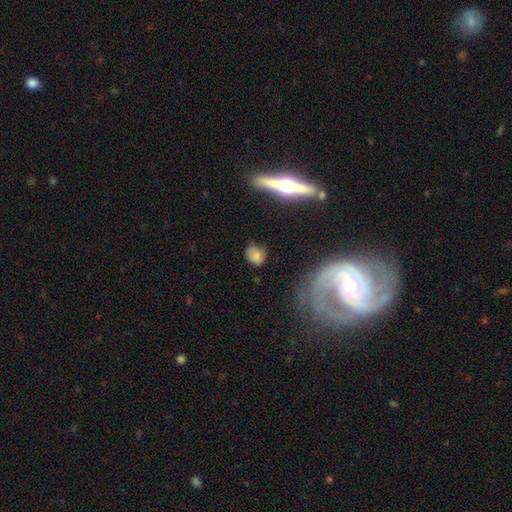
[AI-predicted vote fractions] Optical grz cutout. It shows a smooth galaxy with no disk features (77%) that is round (59%). Merging: none (67%).